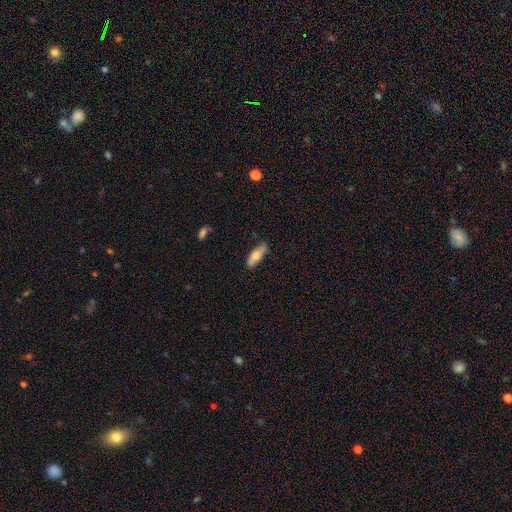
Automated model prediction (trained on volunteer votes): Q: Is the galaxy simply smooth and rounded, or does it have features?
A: smooth — 66%.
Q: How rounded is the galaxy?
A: in between — 57%.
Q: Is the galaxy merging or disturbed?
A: none — 78%.